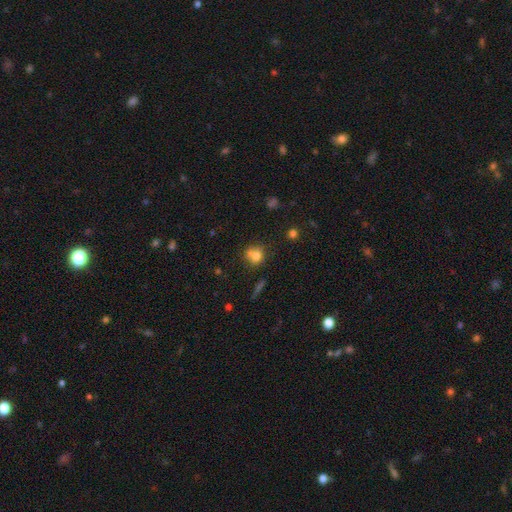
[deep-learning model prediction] smooth_or_featured: smooth (p=0.71) [alt: featured or disk p=0.16]
how_rounded: round (p=0.74) [alt: in between p=0.24]
merging: merger (p=0.43) [alt: none p=0.42]